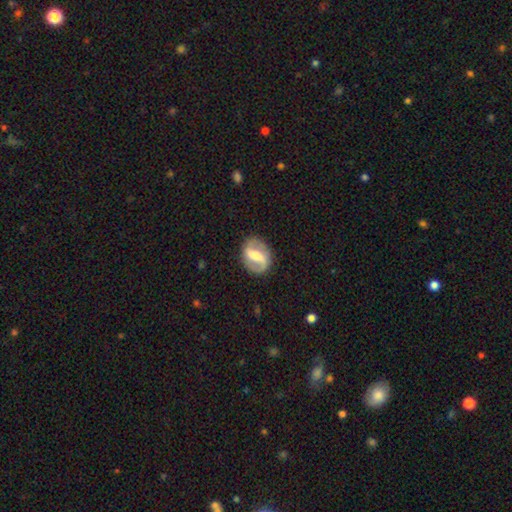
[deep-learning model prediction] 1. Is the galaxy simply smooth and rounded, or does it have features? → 77% featured or disk, 18% smooth, 5% star or artifact.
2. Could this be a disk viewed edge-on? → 96% no, 4% yes.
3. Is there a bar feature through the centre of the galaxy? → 62% strong, 29% weak, 9% no.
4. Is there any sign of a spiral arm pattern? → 80% yes, 20% no.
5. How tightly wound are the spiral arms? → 44% medium, 31% loose, 25% tight.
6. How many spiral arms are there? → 89% 2, 5% can't tell, 4% 1, 1% 3, 1% 4, 1% more than 4.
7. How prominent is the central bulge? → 47% moderate, 22% small, 20% large, 8% none, 3% dominant.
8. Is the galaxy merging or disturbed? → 84% none, 10% minor disturbance, 4% major disturbance, 1% merger.